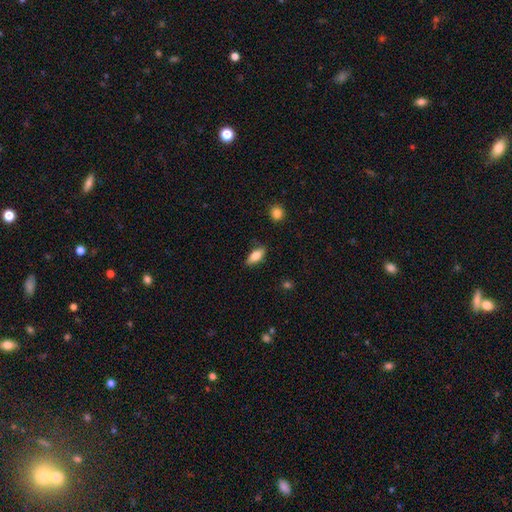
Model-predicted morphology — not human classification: A smooth galaxy with no disk features (75%) that is in between round and cigar-shaped (77%).

Vote fractions:
- Smooth or featured? smooth: 75% / featured or disk: 18% / star or artifact: 7%
- How rounded? in between: 77% / cigar-shaped: 20% / round: 3%
- Merging? none: 84% / minor disturbance: 12% / major disturbance: 3% / merger: 1%